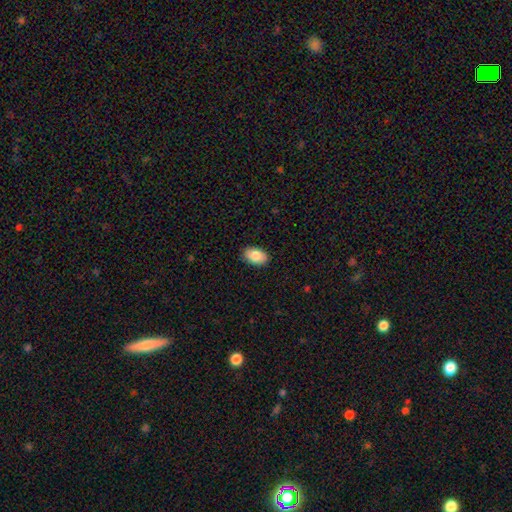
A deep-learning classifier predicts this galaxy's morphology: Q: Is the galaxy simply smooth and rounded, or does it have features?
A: smooth — 88%.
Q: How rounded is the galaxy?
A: in between — 92%.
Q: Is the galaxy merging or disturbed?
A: none — 88%.